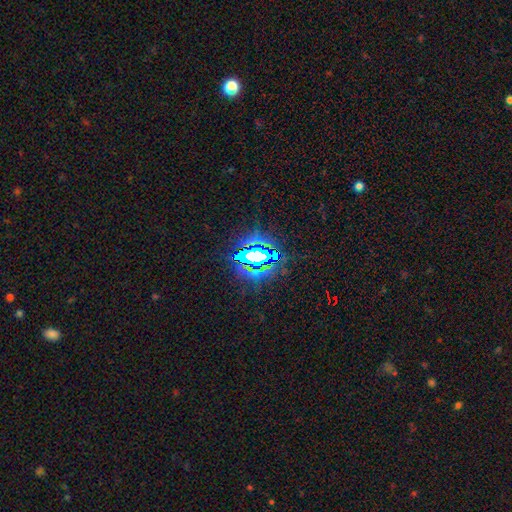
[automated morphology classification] Smooth or featured?
  - star or artifact: 71% *
  - smooth: 15%
  - featured or disk: 14%